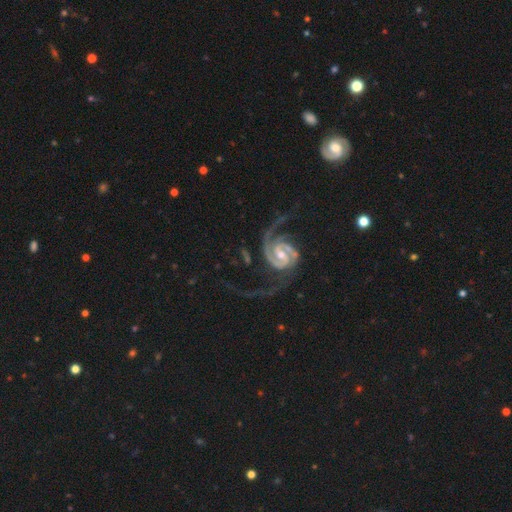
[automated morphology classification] featured or disk 81%, star or artifact 13%, smooth 6%. Down the decision tree: edge-on disk — no (98%); bar — no (62%); spiral arms — yes (97%); spiral arm count — 2 (74%); spiral winding — medium (49%); bulge size — small (47%); merging — none (62%).